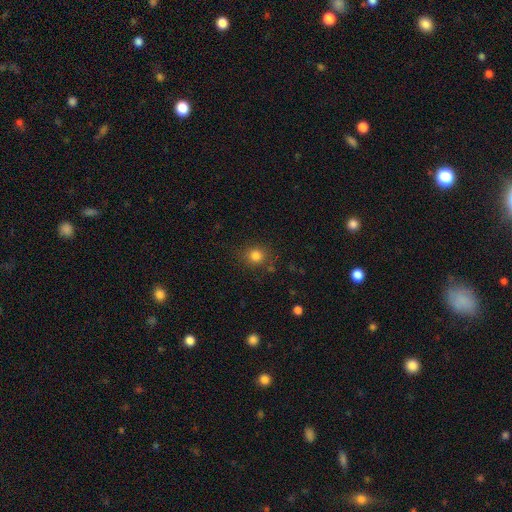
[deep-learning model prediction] Smooth or featured? Predicted: smooth (p=0.82). How rounded? Predicted: round (p=0.82). Merging? Predicted: none (p=0.81).